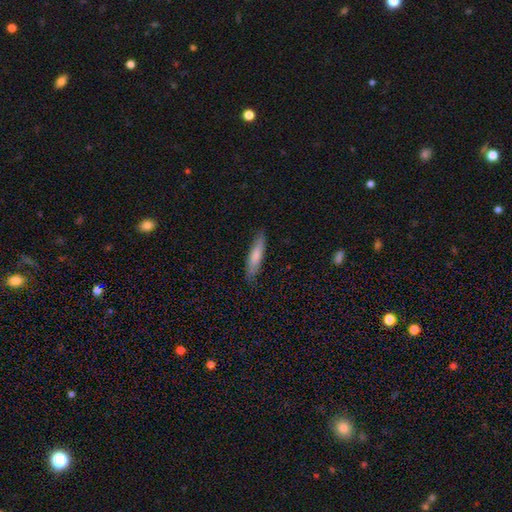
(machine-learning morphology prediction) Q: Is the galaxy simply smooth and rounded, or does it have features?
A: smooth — 73%.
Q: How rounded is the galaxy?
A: cigar-shaped — 76%.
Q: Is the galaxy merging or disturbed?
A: none — 81%.